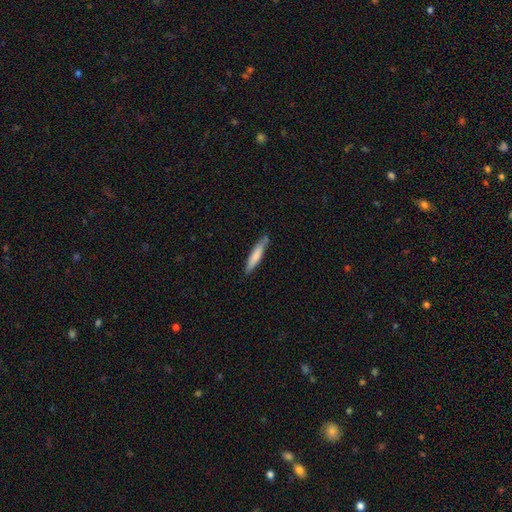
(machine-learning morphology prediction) smooth-or-featured: smooth: 77% | featured or disk: 18% | star or artifact: 5%
  how-rounded: cigar-shaped: 88% | in between: 11% | round: 1%
  merging: none: 76% | minor disturbance: 18% | merger: 3% | major disturbance: 3%